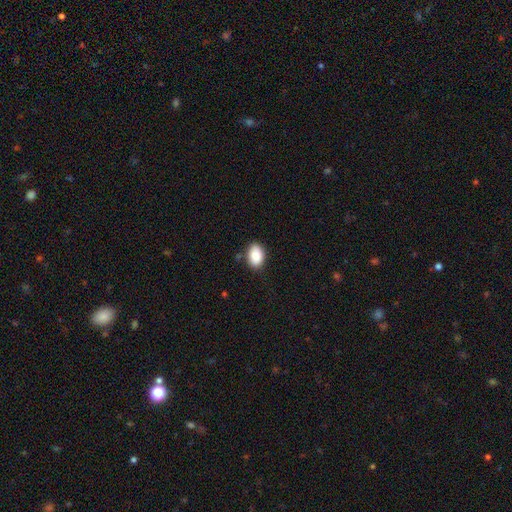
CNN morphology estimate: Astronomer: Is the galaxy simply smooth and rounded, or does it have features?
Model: smooth — 88%.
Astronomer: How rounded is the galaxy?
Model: in between — 86%.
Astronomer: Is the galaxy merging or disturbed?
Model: none — 81%.